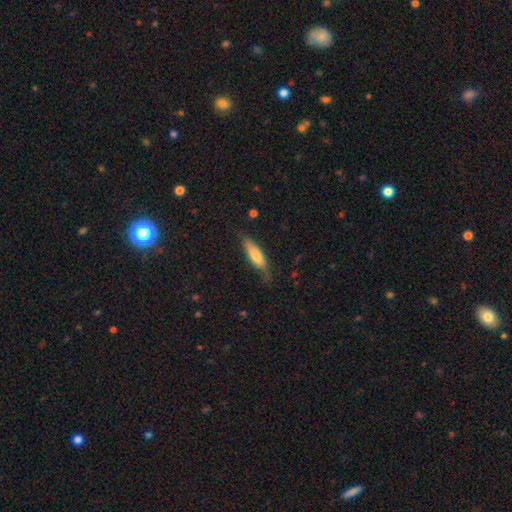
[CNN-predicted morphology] Smooth or featured? Predicted: smooth (p=0.74). How rounded? Predicted: cigar-shaped (p=0.54). Merging? Predicted: none (p=0.65).